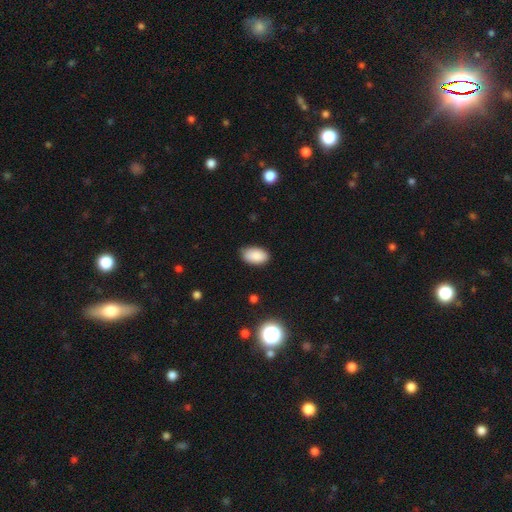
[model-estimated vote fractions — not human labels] The model was most divided on "merging": none: 82%, minor disturbance: 15%, major disturbance: 2%, merger: 1%. More confident: how rounded — in between (93%); smooth or featured — smooth (87%).